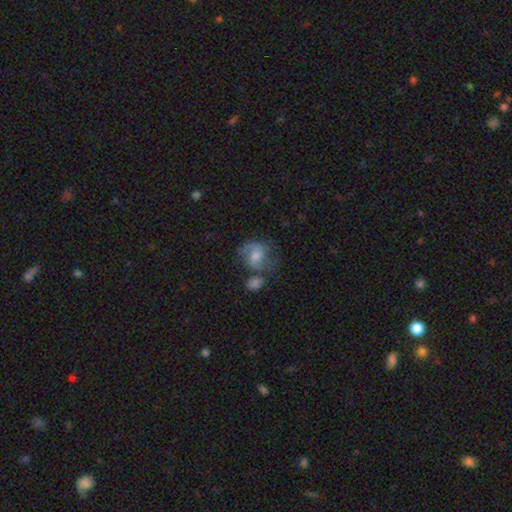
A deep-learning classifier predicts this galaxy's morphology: Smooth or featured: featured or disk — 64% (smooth — 26%)
Edge-on disk: no — 97% (yes — 3%)
Bar: no — 45% (weak — 44%)
Spiral arms: yes — 90% (no — 10%)
Spiral winding: medium — 52% (loose — 30%)
Spiral arm count: 2 — 81% (can't tell — 8%)
Bulge size: moderate — 53% (small — 30%)
Merging: none — 52% (minor disturbance — 19%)